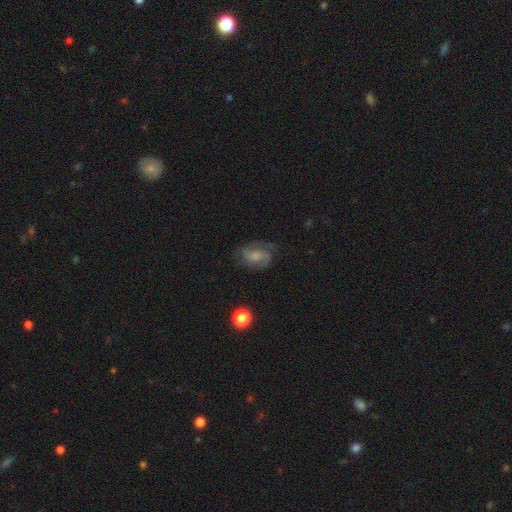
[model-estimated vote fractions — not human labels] Q: Smooth or featured?
A: featured or disk (66%); runner-up: smooth (24%)
Q: Edge-on disk?
A: no (97%); runner-up: yes (3%)
Q: Bar?
A: no (52%); runner-up: weak (40%)
Q: Spiral arms?
A: yes (92%); runner-up: no (8%)
Q: Spiral winding?
A: medium (50%); runner-up: loose (25%)
Q: Spiral arm count?
A: 2 (74%); runner-up: can't tell (11%)
Q: Bulge size?
A: none (29%); tied with: moderate (29%)
Q: Merging?
A: none (68%); runner-up: minor disturbance (19%)